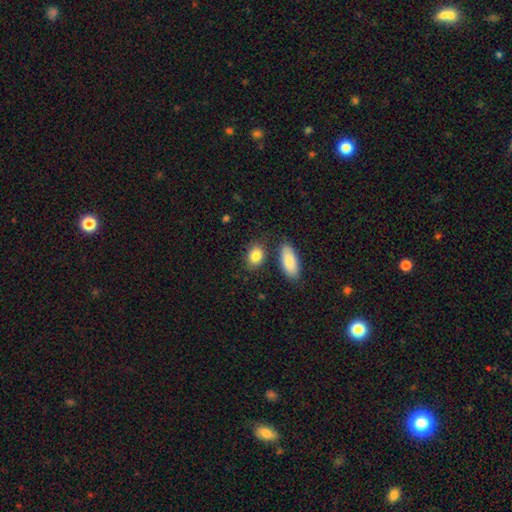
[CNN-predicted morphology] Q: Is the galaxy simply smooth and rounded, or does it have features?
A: smooth — 86%.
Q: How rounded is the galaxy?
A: in between — 74%.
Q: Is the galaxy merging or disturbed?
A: none — 76%.